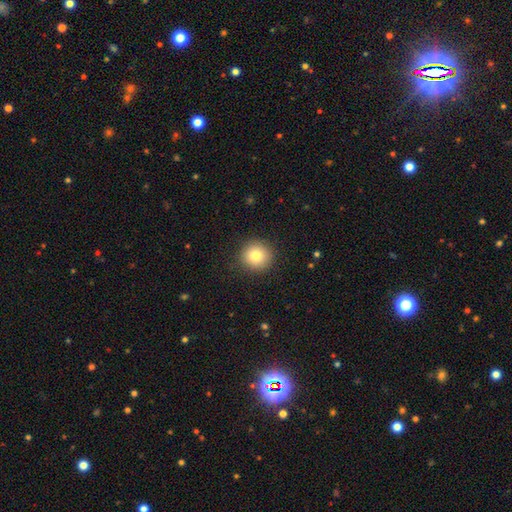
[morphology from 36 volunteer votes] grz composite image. It shows a smooth galaxy with no disk features (86%) that is round (97%). Merging: none (91%).